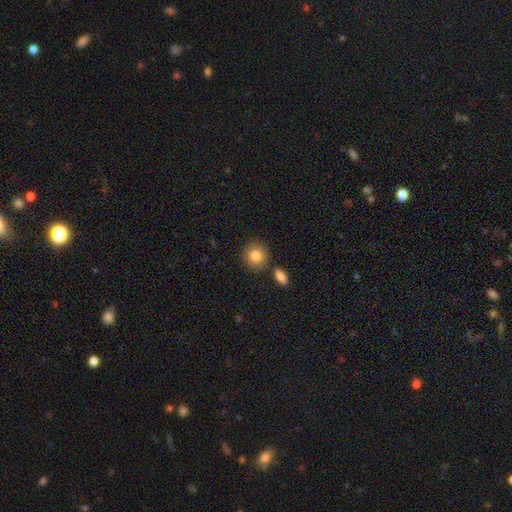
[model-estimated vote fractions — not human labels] The model was most divided on "how rounded": round: 86%, in between: 13%, cigar-shaped: 1%. More confident: smooth or featured — smooth (84%); merging — none (82%).